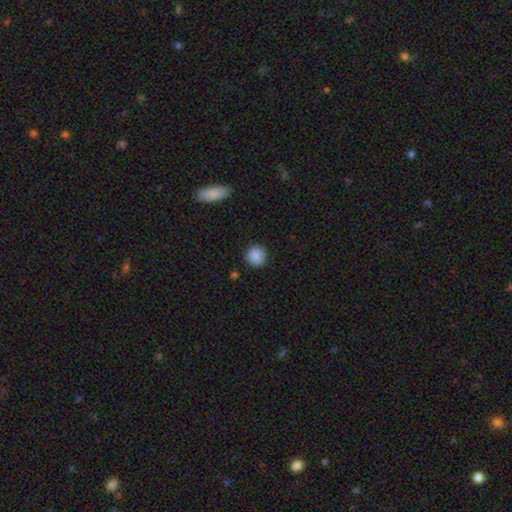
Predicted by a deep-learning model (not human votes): This is clearly a smooth galaxy (88%). How rounded: clearly round (86%). Merging: clearly none (87%).